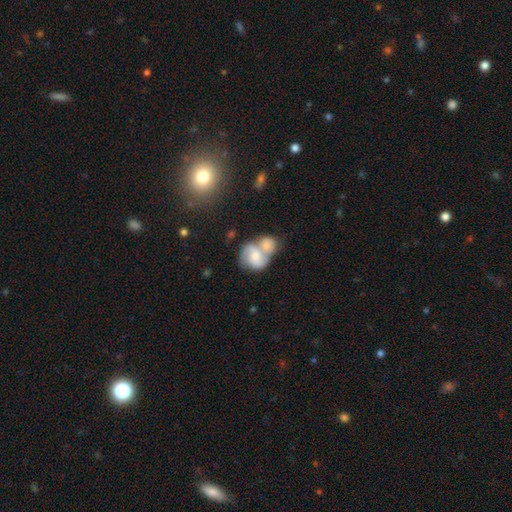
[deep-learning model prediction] Morphology: type=featured or disk (48%); merging=merger (66%).